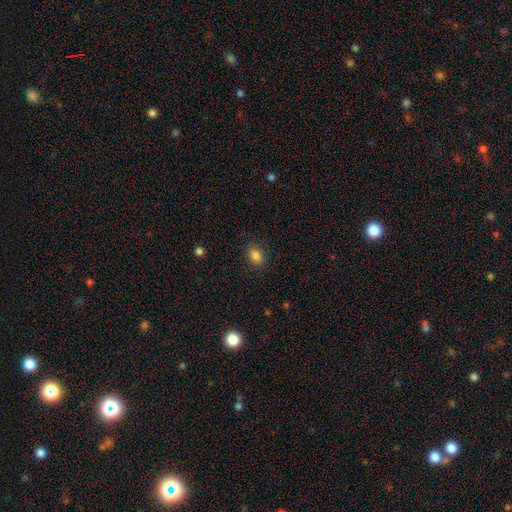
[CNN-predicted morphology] smooth-or-featured: smooth: 84% | star or artifact: 11% | featured or disk: 5%
  how-rounded: in between: 74% | round: 25% | cigar-shaped: 2%
  merging: none: 84% | minor disturbance: 12% | major disturbance: 3% | merger: 1%